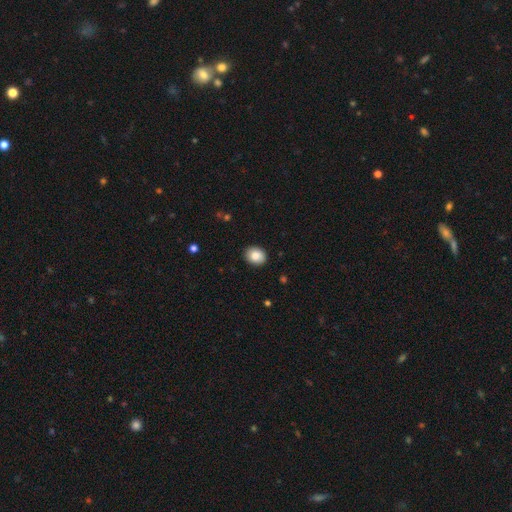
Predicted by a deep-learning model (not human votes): Q: Smooth or featured?
A: smooth (87%); runner-up: star or artifact (8%)
Q: How rounded?
A: in between (52%); runner-up: round (47%)
Q: Merging?
A: none (89%); runner-up: minor disturbance (8%)